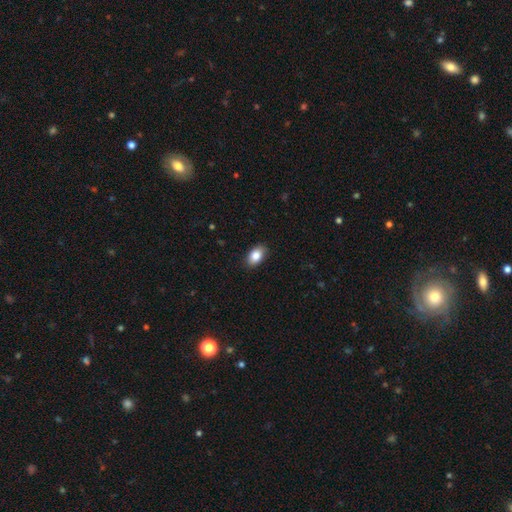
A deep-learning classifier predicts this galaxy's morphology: Smooth or featured? Predicted: smooth (p=0.86). How rounded? Predicted: in between (p=0.89). Merging? Predicted: none (p=0.88).